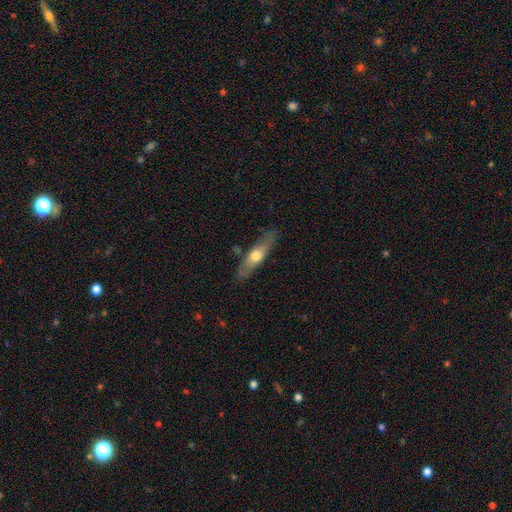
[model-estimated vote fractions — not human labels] Smooth or featured? Predicted: smooth (p=0.50). How rounded? Predicted: cigar-shaped (p=0.63). Merging? Predicted: none (p=0.79).